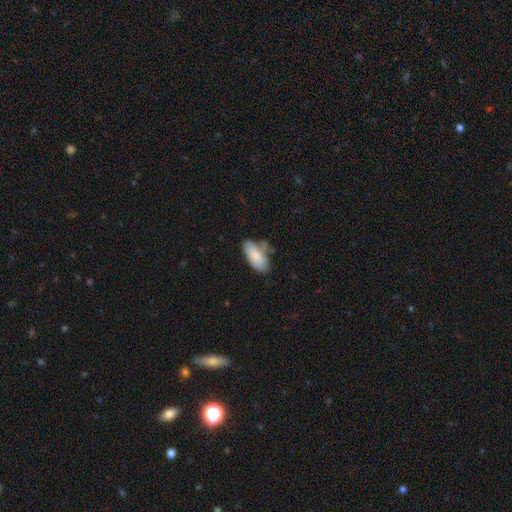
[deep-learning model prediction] This appears to be a smooth galaxy with no disk features (82%) that is in between round and cigar-shaped (90%). Merging: none (56%).